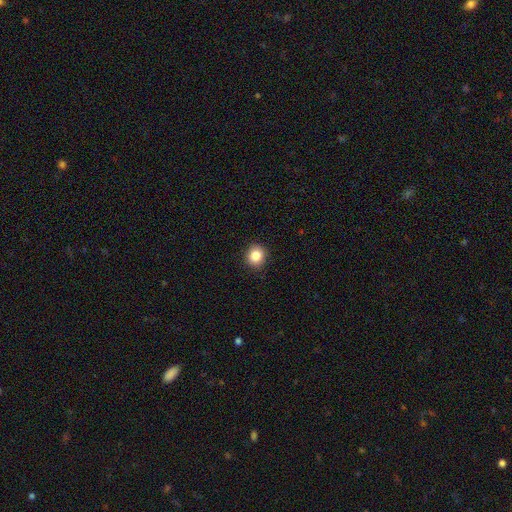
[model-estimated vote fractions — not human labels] smooth 85%, star or artifact 10%, featured or disk 5%. Down the decision tree: how rounded — round (85%); merging — none (91%).